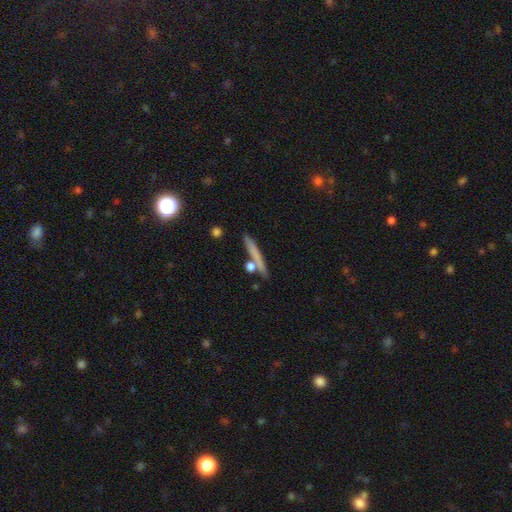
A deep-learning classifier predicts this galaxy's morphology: A smooth galaxy with no disk features (61%) that is cigar-shaped (92%). Merging: none (77%).